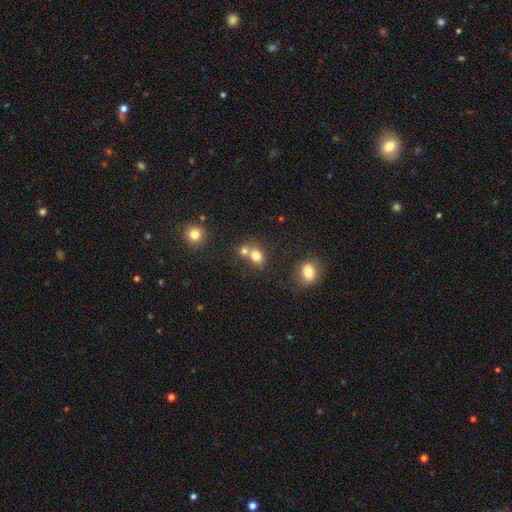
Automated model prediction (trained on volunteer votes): Smooth or featured? smooth (78%)
How rounded? round (55%)
Merging? none (45%)